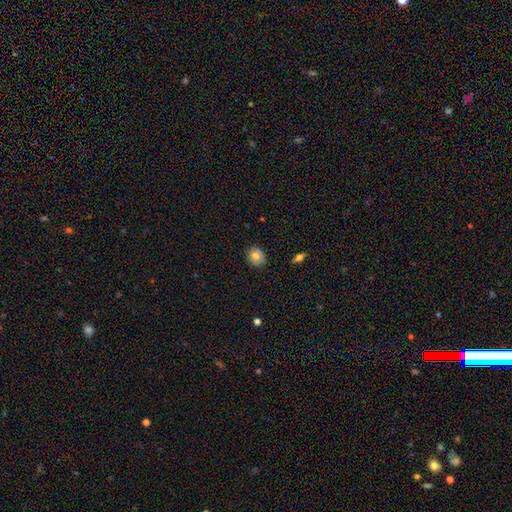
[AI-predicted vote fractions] A smooth galaxy with no disk features (77%) that is round (73%).

Vote fractions:
- Smooth or featured? smooth: 77% / featured or disk: 14% / star or artifact: 9%
- How rounded? round: 73% / in between: 26% / cigar-shaped: 1%
- Merging? none: 83% / minor disturbance: 13% / major disturbance: 2% / merger: 1%